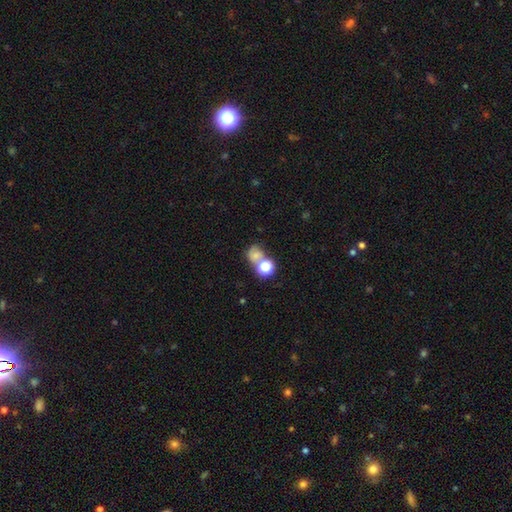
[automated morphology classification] This is likely a smooth galaxy (60%). How rounded: likely round (62%). Merging: marginally merger (44%).